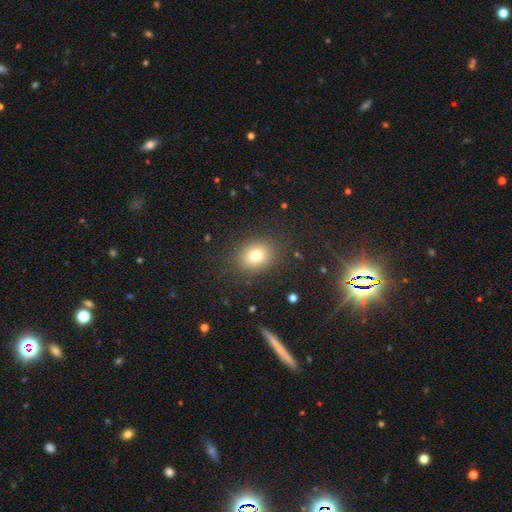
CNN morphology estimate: Smooth or featured? Predicted: smooth (p=0.77). How rounded? Predicted: round (p=0.52). Merging? Predicted: none (p=0.86).